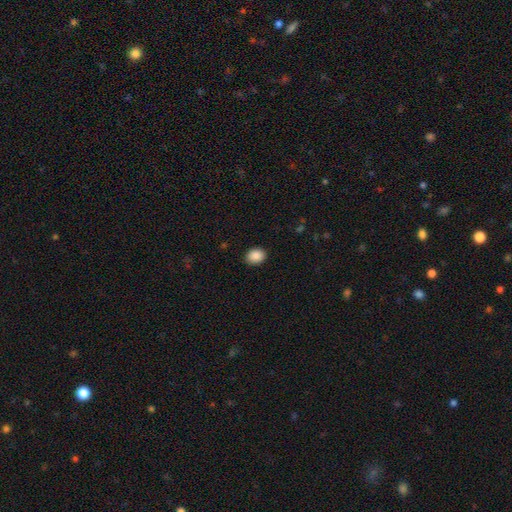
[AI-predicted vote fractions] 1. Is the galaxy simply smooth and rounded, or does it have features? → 89% smooth, 8% star or artifact, 3% featured or disk.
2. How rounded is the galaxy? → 58% in between, 41% round, 1% cigar-shaped.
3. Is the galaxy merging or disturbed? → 90% none, 7% minor disturbance, 2% major disturbance, 1% merger.